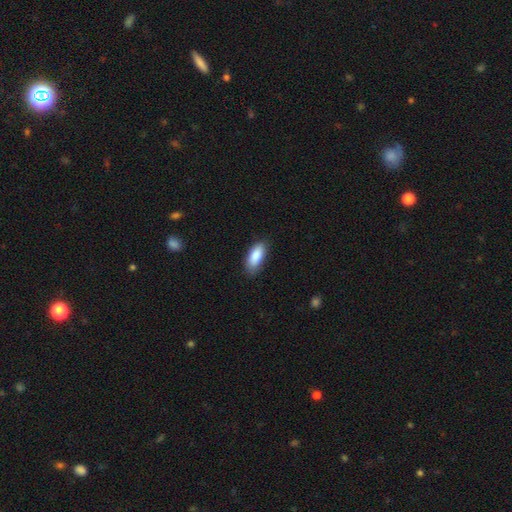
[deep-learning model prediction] The model was most divided on "how rounded": in between: 83%, cigar-shaped: 15%, round: 2%. More confident: smooth or featured — smooth (87%); merging — none (83%).